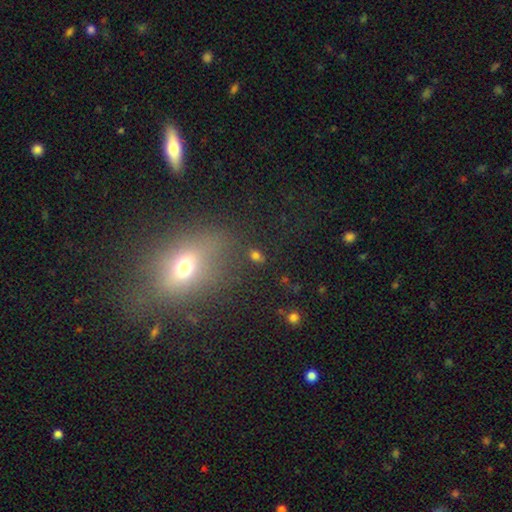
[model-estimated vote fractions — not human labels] The model was most divided on "how rounded": in between: 59%, round: 36%, cigar-shaped: 5%. More confident: merging — none (75%); smooth or featured — smooth (63%).